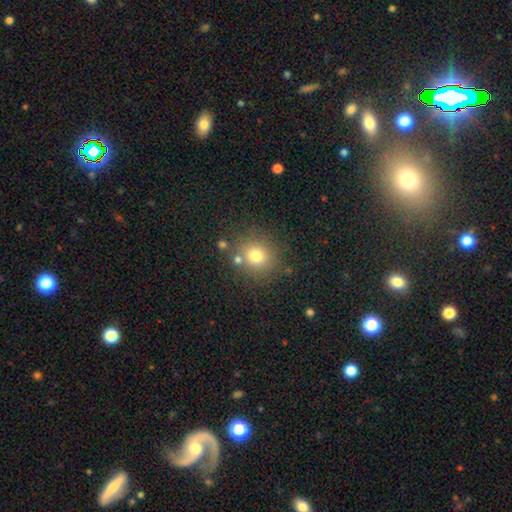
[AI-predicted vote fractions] Morphology: type=smooth (75%); roundness=round (85%); merging=none (77%).